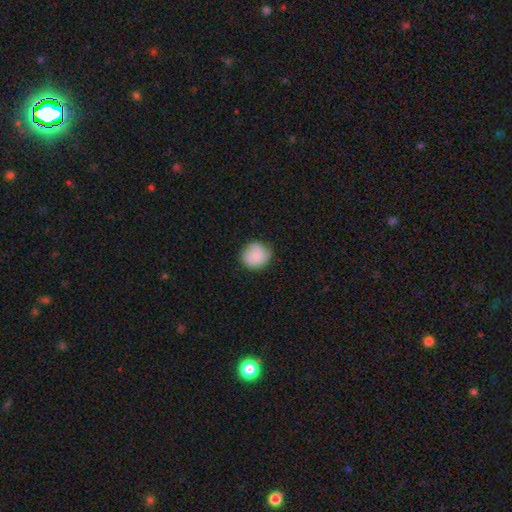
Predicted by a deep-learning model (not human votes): A smooth galaxy with no disk features (84%) that is round (84%).

Vote fractions:
- Smooth or featured? smooth: 84% / featured or disk: 9% / star or artifact: 7%
- How rounded? round: 84% / in between: 15% / cigar-shaped: 1%
- Merging? none: 70% / minor disturbance: 23% / major disturbance: 5% / merger: 1%